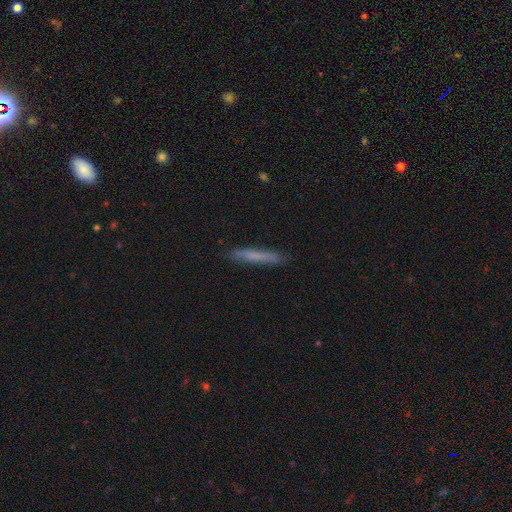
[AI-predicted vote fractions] A smooth galaxy with no disk features (67%) that is cigar-shaped (94%). Merging: none (86%).